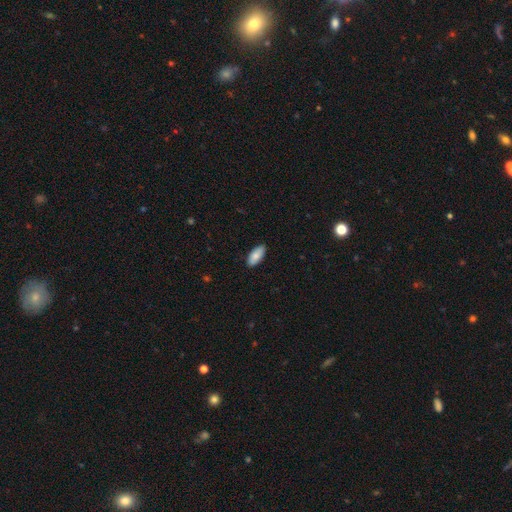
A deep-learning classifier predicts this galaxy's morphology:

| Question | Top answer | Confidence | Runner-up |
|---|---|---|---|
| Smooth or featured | smooth | 84% | featured or disk (10%) |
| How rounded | in between | 90% | cigar-shaped (8%) |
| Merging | none | 88% | minor disturbance (9%) |